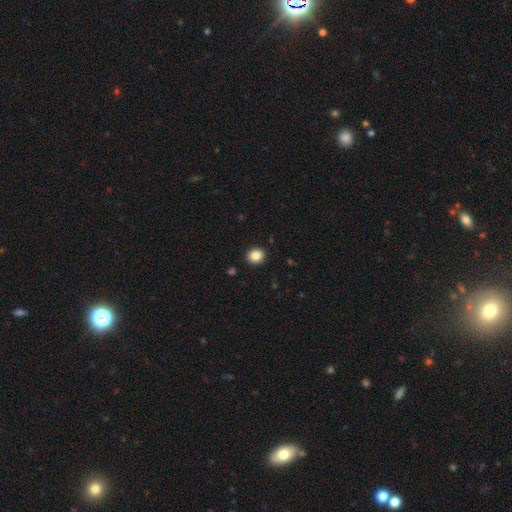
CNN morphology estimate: type=smooth (85%); roundness=round (82%); merging=none (92%).